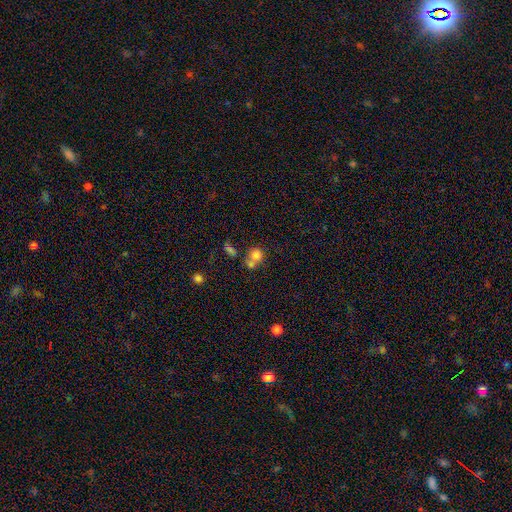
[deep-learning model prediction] smooth 76%, star or artifact 12%, featured or disk 11%. Down the decision tree: how rounded — round (81%); merging — merger (44%).